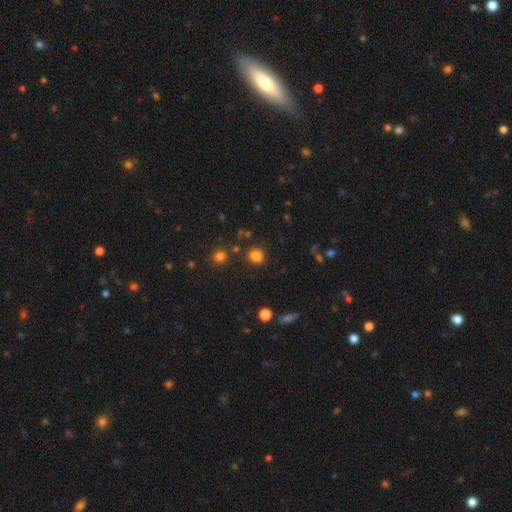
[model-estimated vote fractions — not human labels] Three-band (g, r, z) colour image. It shows a smooth galaxy with no disk features (80%) that is round (57%). Merging: none (76%).